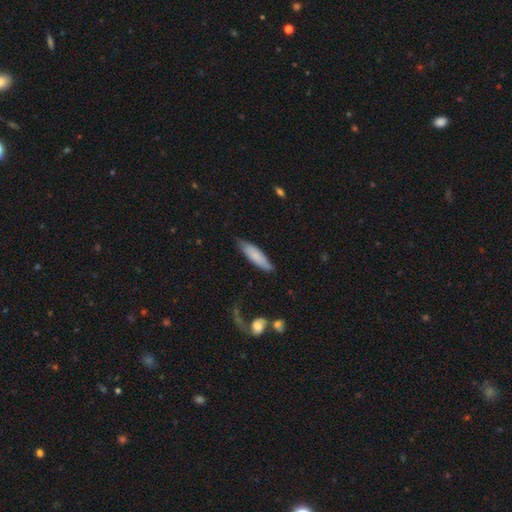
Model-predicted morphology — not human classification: type=smooth (76%); roundness=cigar-shaped (64%); merging=none (76%).